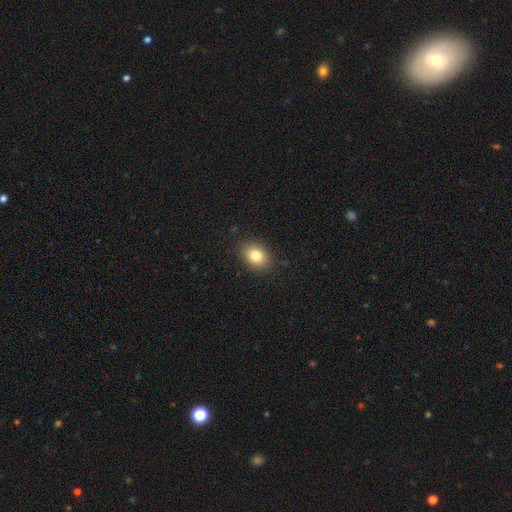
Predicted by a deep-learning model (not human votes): Smooth or featured: smooth — 82% (star or artifact — 10%)
How rounded: in between — 62% (round — 37%)
Merging: none — 88% (minor disturbance — 9%)